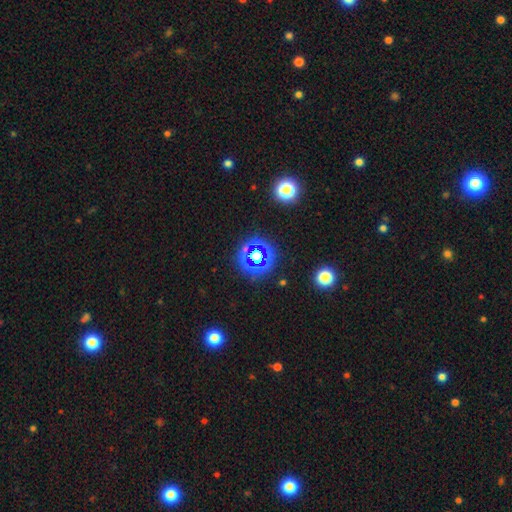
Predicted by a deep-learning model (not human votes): This is likely a star or artifact rather than a galaxy (64%).